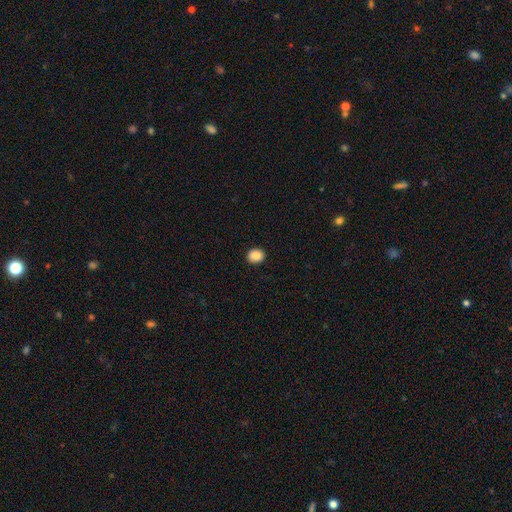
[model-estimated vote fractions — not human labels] A smooth galaxy with no disk features (88%) that is round (64%).

Vote fractions:
- Smooth or featured? smooth: 88% / star or artifact: 9% / featured or disk: 3%
- How rounded? round: 64% / in between: 35% / cigar-shaped: 1%
- Merging? none: 92% / minor disturbance: 6% / major disturbance: 2% / merger: 1%